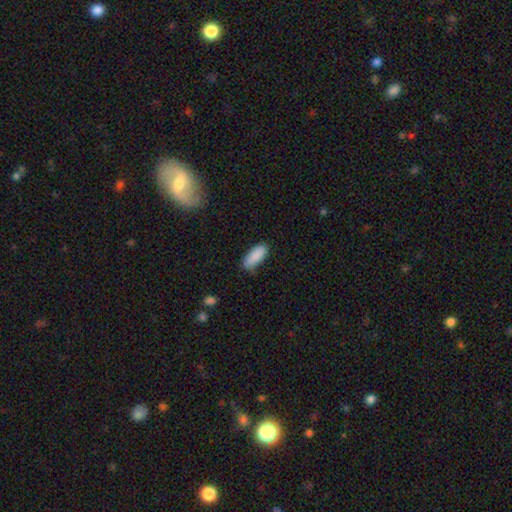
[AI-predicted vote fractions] This is clearly a smooth galaxy (89%). How rounded: clearly in between (83%). Merging: likely none (70%).